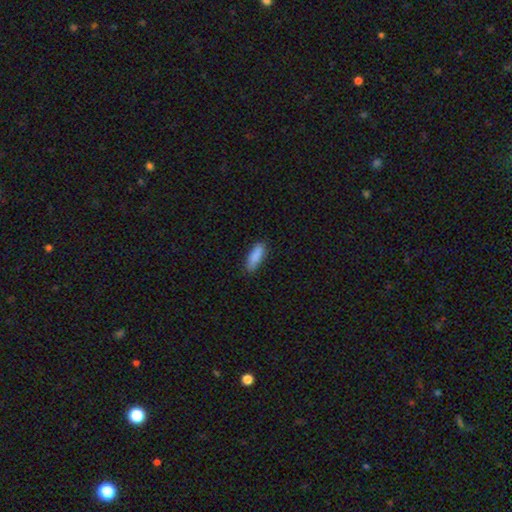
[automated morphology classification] Smooth or featured: smooth — 88% (star or artifact — 6%)
How rounded: in between — 54% (cigar-shaped — 44%)
Merging: none — 83% (minor disturbance — 14%)